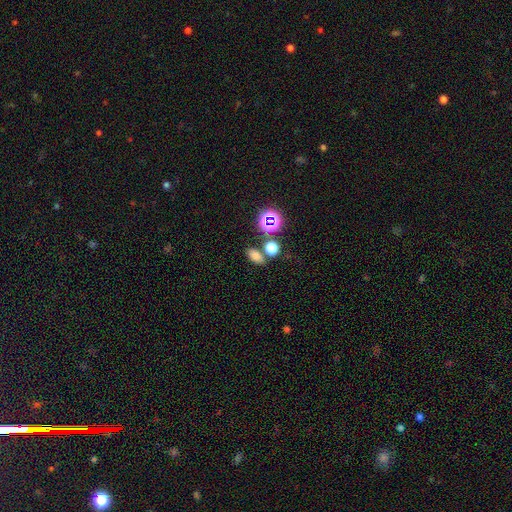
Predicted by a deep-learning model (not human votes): A smooth galaxy with no disk features (71%) that is in between round and cigar-shaped (79%). Merging: none (70%).